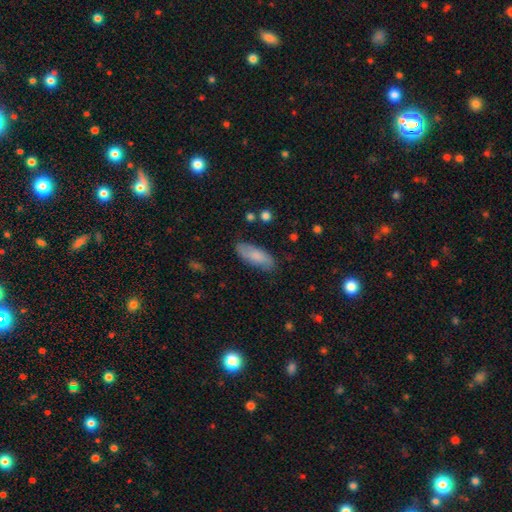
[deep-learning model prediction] Smooth or featured: smooth — 79% (featured or disk — 15%)
How rounded: in between — 73% (cigar-shaped — 25%)
Merging: none — 81% (minor disturbance — 15%)